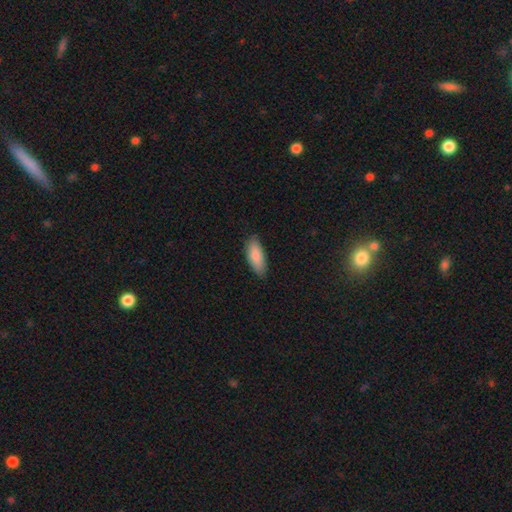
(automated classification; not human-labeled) A smooth galaxy with no disk features (87%) that is in between round and cigar-shaped (79%). Merging: none (84%).